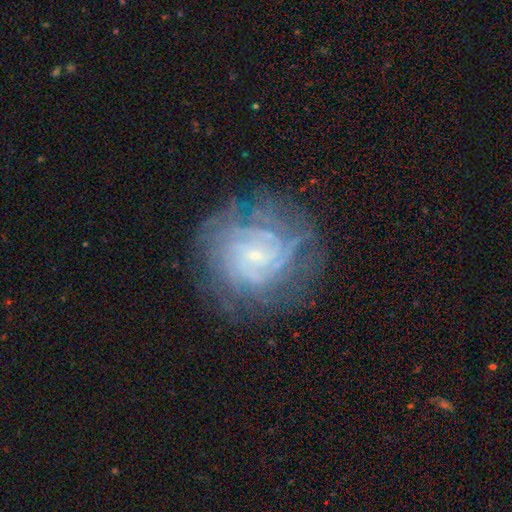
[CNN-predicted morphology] Overall: featured or disk (83%). Edge-on disk: no (97%). Bar: no (58%; weak 33%). Spiral arms: yes (95%). Spiral arm count: can't tell (35%; 4 21%). Spiral winding: tight (76%). Bulge size: small (86%). Merging: none (74%).